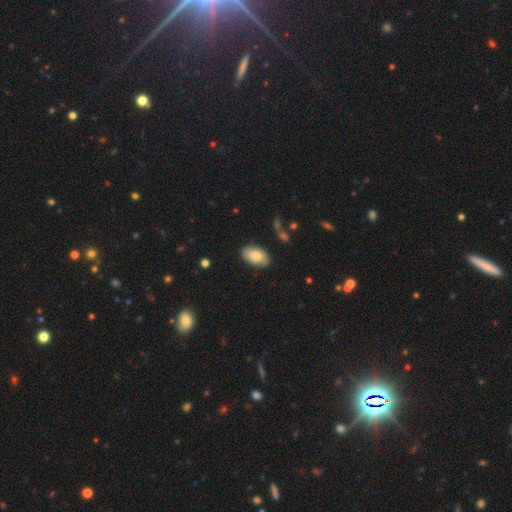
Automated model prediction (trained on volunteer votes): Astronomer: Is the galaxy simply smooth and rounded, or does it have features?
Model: smooth — 79%.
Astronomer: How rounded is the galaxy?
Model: in between — 94%.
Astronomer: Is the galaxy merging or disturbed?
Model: none — 81%.